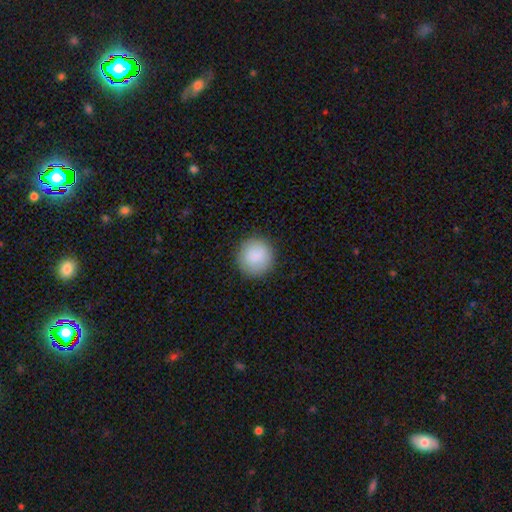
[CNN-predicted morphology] A smooth galaxy with no disk features (88%) that is round (95%).

Vote fractions:
- Smooth or featured? smooth: 88% / star or artifact: 7% / featured or disk: 4%
- How rounded? round: 95% / in between: 4% / cigar-shaped: 1%
- Merging? none: 89% / minor disturbance: 8% / major disturbance: 2% / merger: 1%